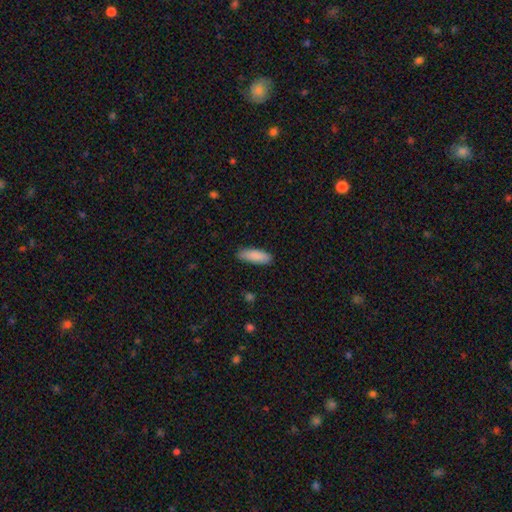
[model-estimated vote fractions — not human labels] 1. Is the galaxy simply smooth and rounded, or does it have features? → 89% smooth, 6% featured or disk, 6% star or artifact.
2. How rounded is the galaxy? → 58% in between, 40% cigar-shaped, 2% round.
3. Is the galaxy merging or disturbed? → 85% none, 12% minor disturbance, 2% major disturbance, 1% merger.